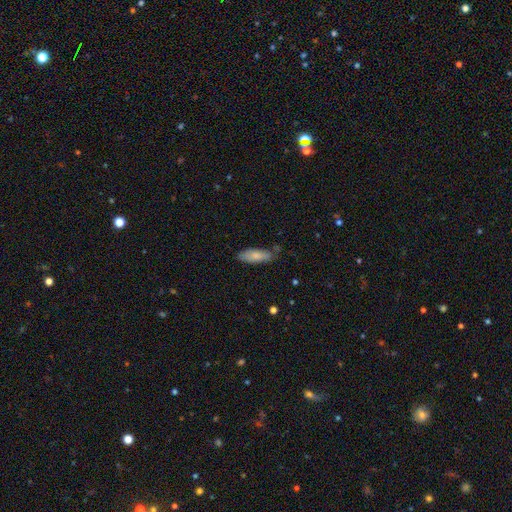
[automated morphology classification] smooth_or_featured: smooth (p=0.80) [alt: featured or disk p=0.14]
how_rounded: in between (p=0.64) [alt: cigar-shaped p=0.35]
merging: none (p=0.71) [alt: minor disturbance p=0.22]